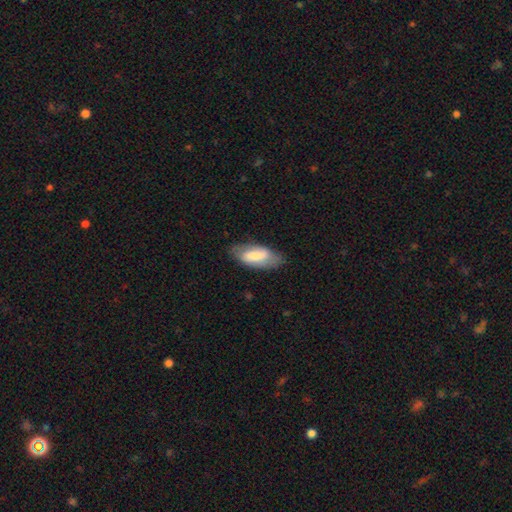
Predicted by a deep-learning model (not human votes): Smooth or featured?
  - smooth: 58% *
  - featured or disk: 36%
  - star or artifact: 6%
How rounded?
  - in between: 86% *
  - cigar-shaped: 11%
  - round: 3%
Merging?
  - none: 77% *
  - minor disturbance: 18%
  - major disturbance: 5%
  - merger: 1%